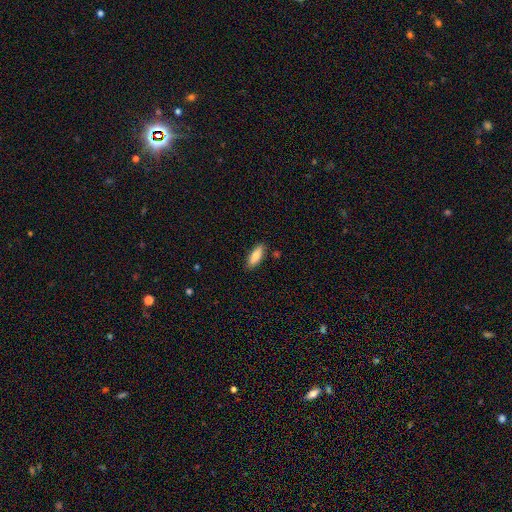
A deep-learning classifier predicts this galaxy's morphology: smooth 81%, featured or disk 12%, star or artifact 6%. Down the decision tree: how rounded — in between (70%); merging — none (85%).